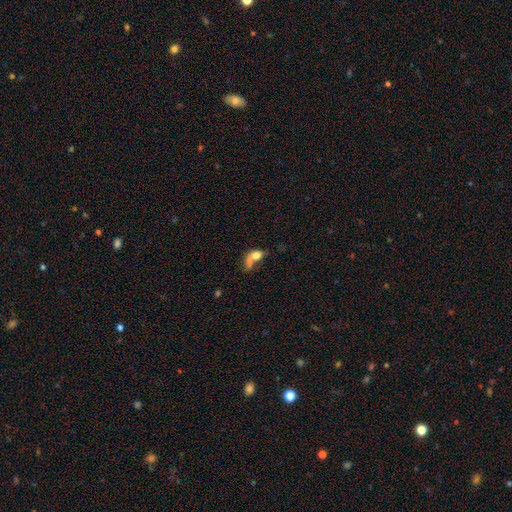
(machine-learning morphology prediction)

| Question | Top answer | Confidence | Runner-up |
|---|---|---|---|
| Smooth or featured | smooth | 59% | featured or disk (30%) |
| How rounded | in between | 71% | round (21%) |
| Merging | major disturbance | 39% | merger (25%) |